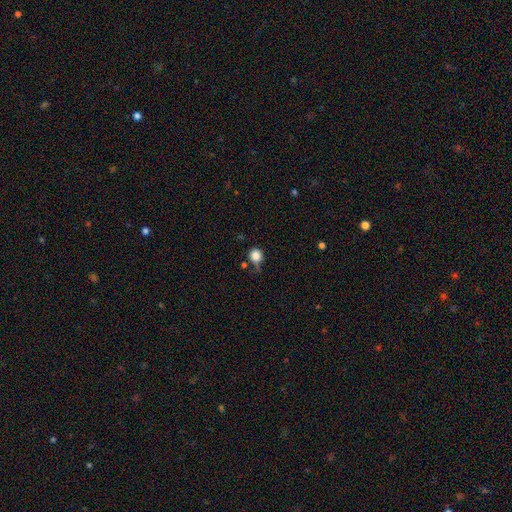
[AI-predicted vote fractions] The model was most divided on "merging": none: 57%, minor disturbance: 26%, major disturbance: 10%, merger: 7%. More confident: how rounded — round (87%); smooth or featured — smooth (84%).